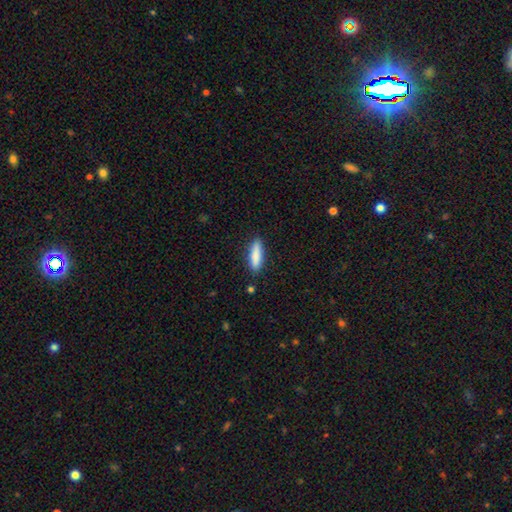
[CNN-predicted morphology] This is clearly a smooth galaxy (85%). How rounded: likely cigar-shaped (66%). Merging: clearly none (86%).